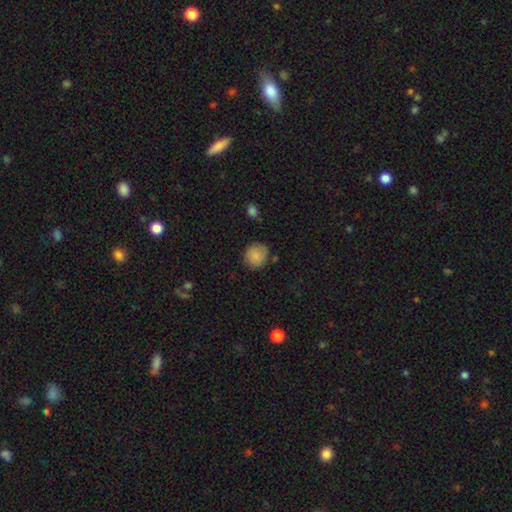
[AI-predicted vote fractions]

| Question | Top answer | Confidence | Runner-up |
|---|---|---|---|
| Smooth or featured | smooth | 85% | star or artifact (8%) |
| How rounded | round | 86% | in between (13%) |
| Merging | none | 79% | minor disturbance (15%) |